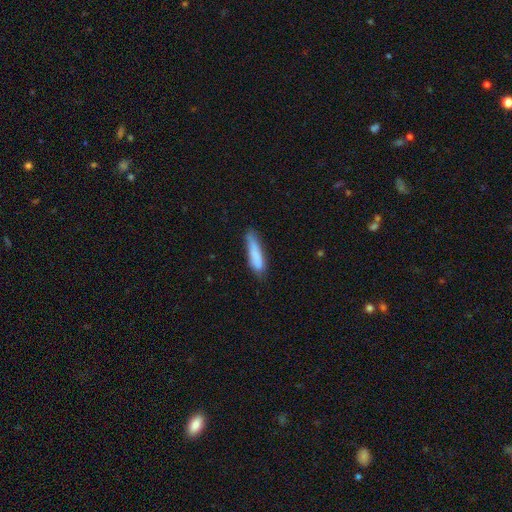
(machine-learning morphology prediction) A smooth galaxy with no disk features (81%) that is cigar-shaped (81%). Merging: none (63%).